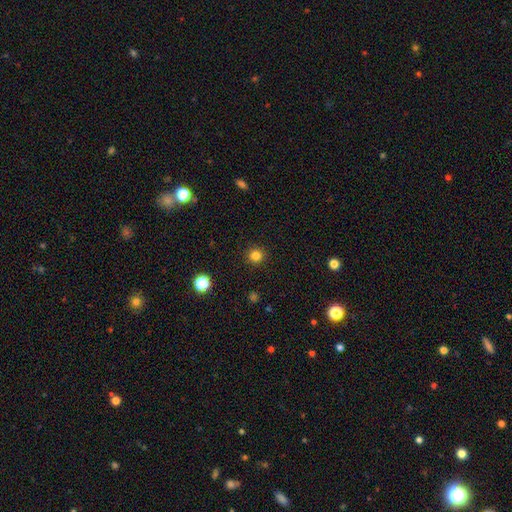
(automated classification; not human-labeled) Smooth or featured?
  - smooth: 82% *
  - star or artifact: 14%
  - featured or disk: 4%
How rounded?
  - round: 95% *
  - in between: 4%
  - cigar-shaped: 1%
Merging?
  - none: 92% *
  - minor disturbance: 5%
  - major disturbance: 2%
  - merger: 1%